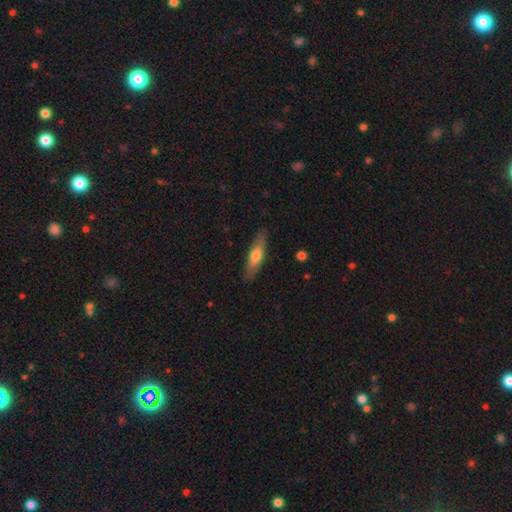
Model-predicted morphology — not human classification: The model was most divided on "smooth or featured": smooth: 57%, featured or disk: 37%, star or artifact: 6%. More confident: merging — none (85%); how rounded — cigar-shaped (62%).